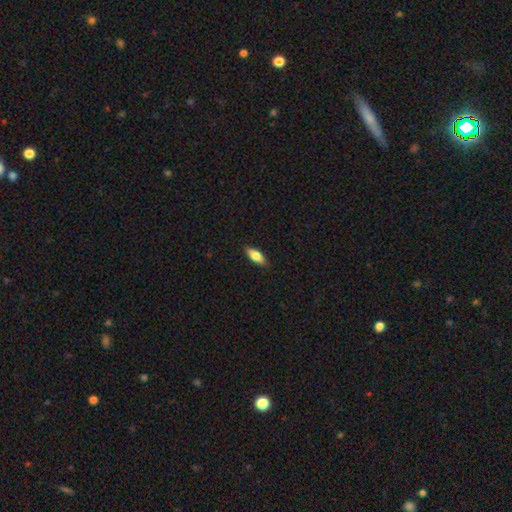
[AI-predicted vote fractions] The model was most divided on "how rounded": in between: 75%, cigar-shaped: 22%, round: 2%. More confident: merging — none (89%); smooth or featured — smooth (78%).